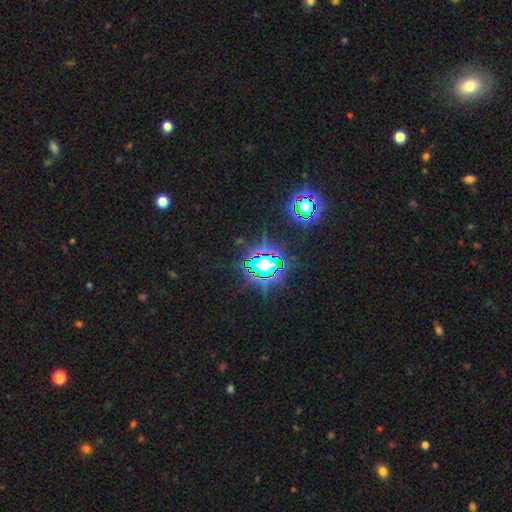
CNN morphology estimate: Overall: star or artifact (78%).